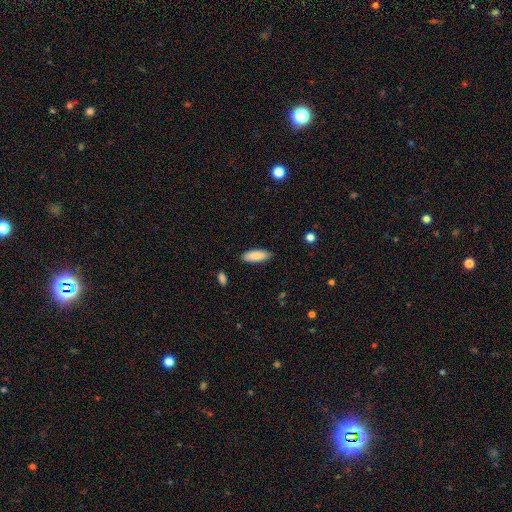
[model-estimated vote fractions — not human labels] Smooth or featured: smooth — 89% (star or artifact — 6%)
How rounded: in between — 64% (cigar-shaped — 34%)
Merging: none — 87% (minor disturbance — 9%)